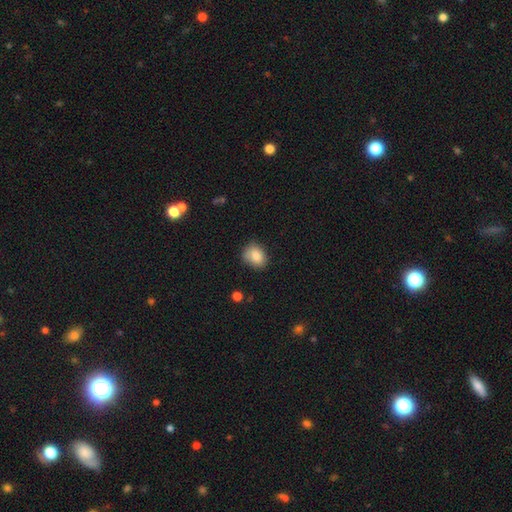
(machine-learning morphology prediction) A smooth galaxy with no disk features (84%) that is in between round and cigar-shaped (54%). Merging: none (70%).